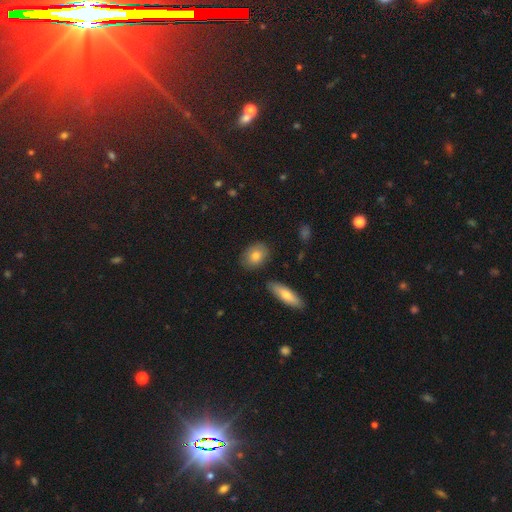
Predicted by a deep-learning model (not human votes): Smooth or featured? smooth (78%)
How rounded? in between (64%)
Merging? none (83%)